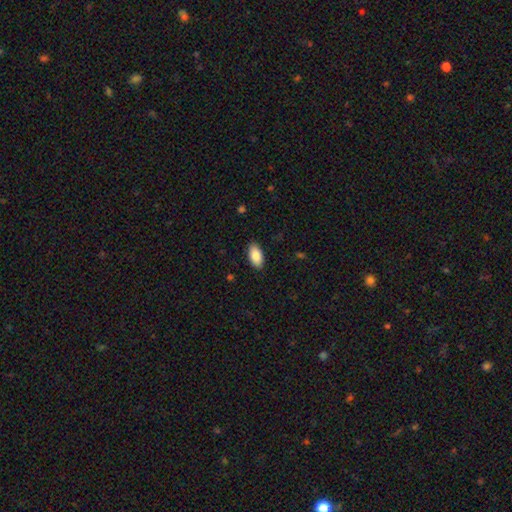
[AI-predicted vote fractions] smooth-or-featured: smooth: 88% | star or artifact: 6% | featured or disk: 6%
  how-rounded: in between: 94% | cigar-shaped: 4% | round: 2%
  merging: none: 89% | minor disturbance: 9% | major disturbance: 2% | merger: 1%